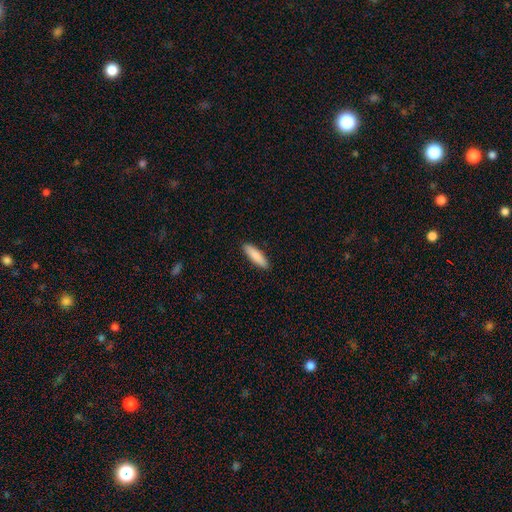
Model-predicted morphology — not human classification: type=smooth (86%); roundness=cigar-shaped (67%); merging=none (91%).